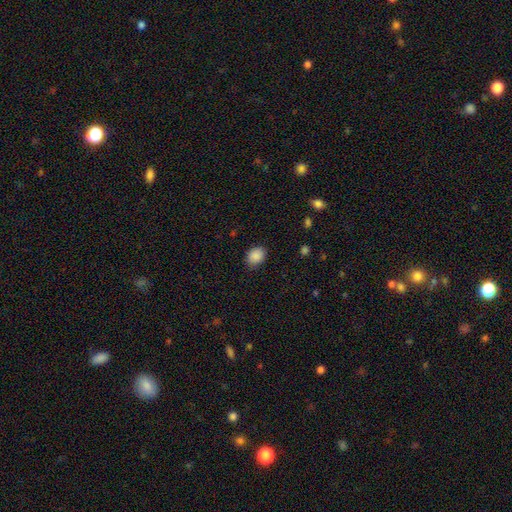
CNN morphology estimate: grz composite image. It shows a smooth galaxy with no disk features (88%) that is in between round and cigar-shaped (54%). Merging: none (84%).